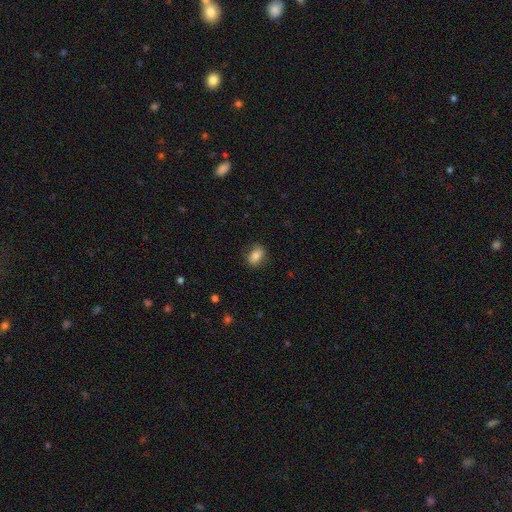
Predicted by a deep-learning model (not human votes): This appears to be a smooth galaxy with no disk features (81%) that is in between round and cigar-shaped (68%). Merging: none (83%).